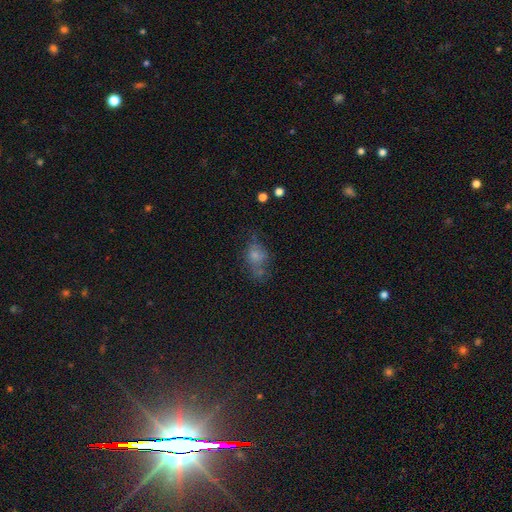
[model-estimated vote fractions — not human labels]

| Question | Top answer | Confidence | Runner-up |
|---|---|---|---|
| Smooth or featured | smooth | 66% | featured or disk (19%) |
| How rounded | in between | 65% | round (33%) |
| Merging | none | 37% | minor disturbance (24%) |